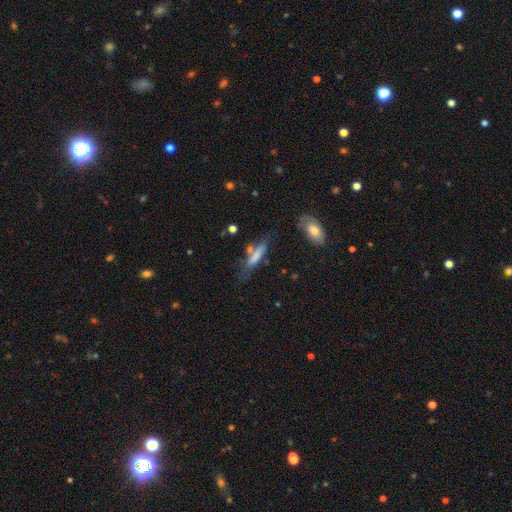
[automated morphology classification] A smooth galaxy with no disk features (68%) that is cigar-shaped (71%).

Vote fractions:
- Smooth or featured? smooth: 68% / featured or disk: 24% / star or artifact: 8%
- How rounded? cigar-shaped: 71% / in between: 26% / round: 2%
- Merging? none: 53% / minor disturbance: 25% / major disturbance: 11% / merger: 11%